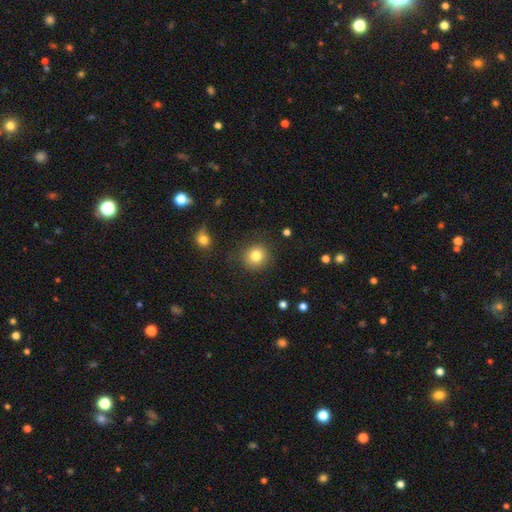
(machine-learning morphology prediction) smooth-or-featured: smooth: 82% | star or artifact: 11% | featured or disk: 7%
  how-rounded: round: 90% | in between: 9% | cigar-shaped: 1%
  merging: none: 85% | minor disturbance: 9% | major disturbance: 3% | merger: 2%